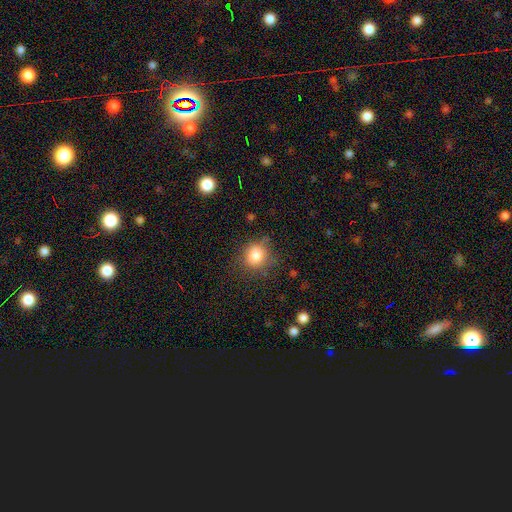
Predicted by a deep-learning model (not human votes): Smooth or featured?
  - smooth: 82% *
  - star or artifact: 11%
  - featured or disk: 7%
How rounded?
  - round: 79% *
  - in between: 20%
  - cigar-shaped: 1%
Merging?
  - none: 73% *
  - minor disturbance: 19%
  - major disturbance: 6%
  - merger: 2%